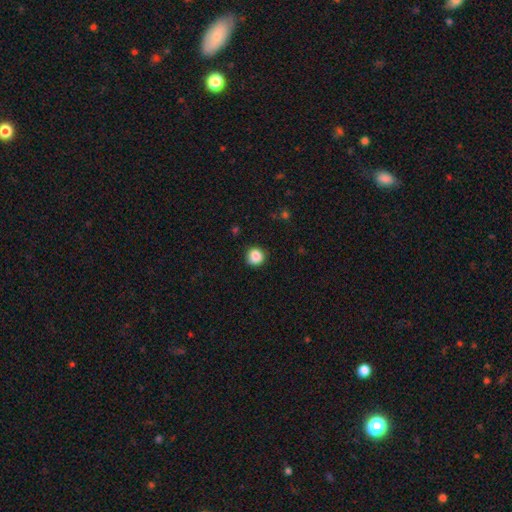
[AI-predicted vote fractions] Smooth or featured? Predicted: smooth (p=0.86). How rounded? Predicted: round (p=0.93). Merging? Predicted: none (p=0.87).